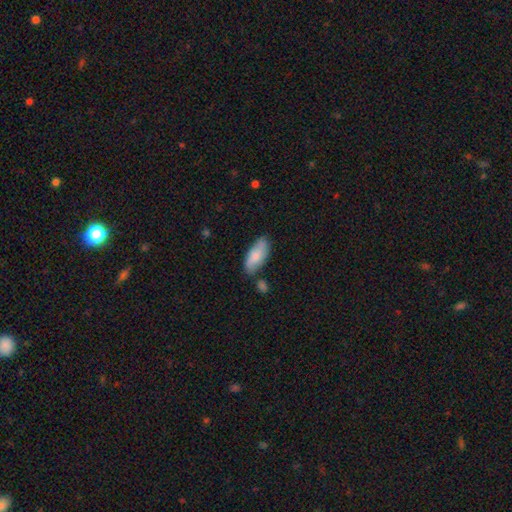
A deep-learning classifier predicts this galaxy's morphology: Smooth or featured?
  - smooth: 79% *
  - featured or disk: 15%
  - star or artifact: 6%
How rounded?
  - in between: 85% *
  - cigar-shaped: 13%
  - round: 2%
Merging?
  - none: 68% *
  - minor disturbance: 21%
  - merger: 6%
  - major disturbance: 4%